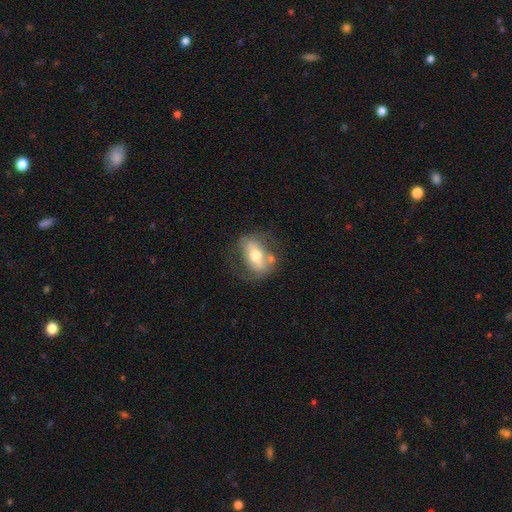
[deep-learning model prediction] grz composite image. It shows a featured or disk galaxy (52%). Merging: none (59%).